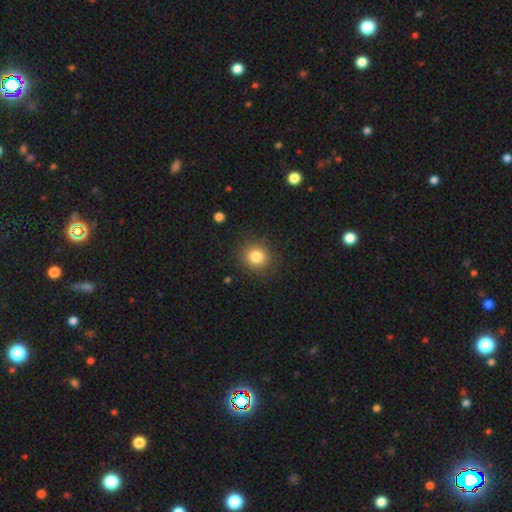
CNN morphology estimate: Smooth or featured: smooth — 82% (star or artifact — 11%)
How rounded: round — 87% (in between — 12%)
Merging: none — 88% (minor disturbance — 8%)